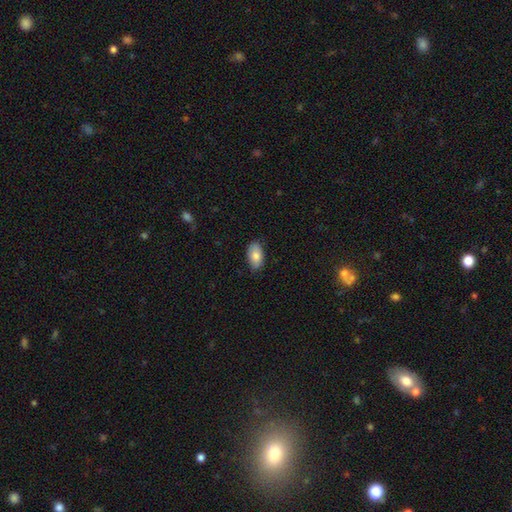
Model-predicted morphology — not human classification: Smooth or featured? Predicted: smooth (p=0.81). How rounded? Predicted: in between (p=0.94). Merging? Predicted: none (p=0.82).